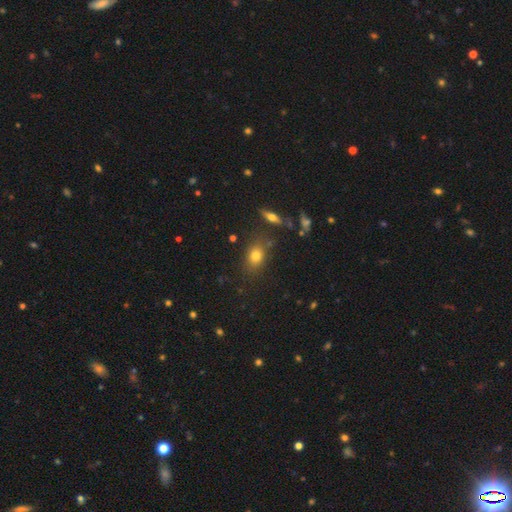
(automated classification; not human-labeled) This appears to be a smooth galaxy with no disk features (75%) that is in between round and cigar-shaped (62%). Merging: none (77%).